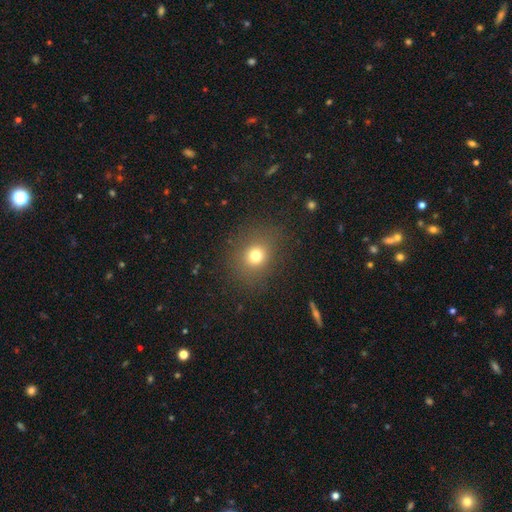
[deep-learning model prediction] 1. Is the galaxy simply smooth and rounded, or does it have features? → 74% smooth, 17% star or artifact, 9% featured or disk.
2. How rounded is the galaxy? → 69% round, 30% in between, 1% cigar-shaped.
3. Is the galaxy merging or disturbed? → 85% none, 9% minor disturbance, 5% major disturbance, 1% merger.